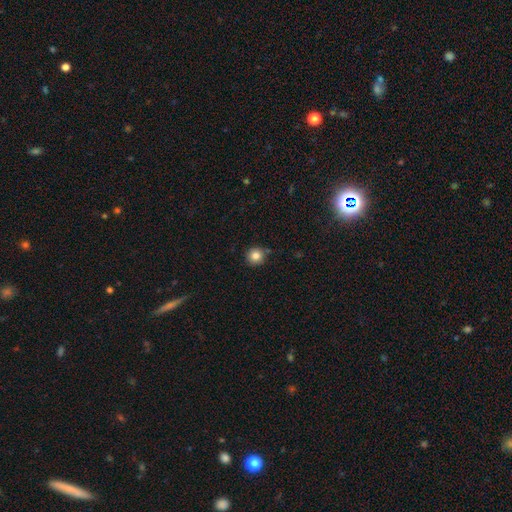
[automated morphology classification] The model was most divided on "merging": none: 82%, minor disturbance: 13%, merger: 3%, major disturbance: 2%. More confident: how rounded — round (94%); smooth or featured — smooth (84%).